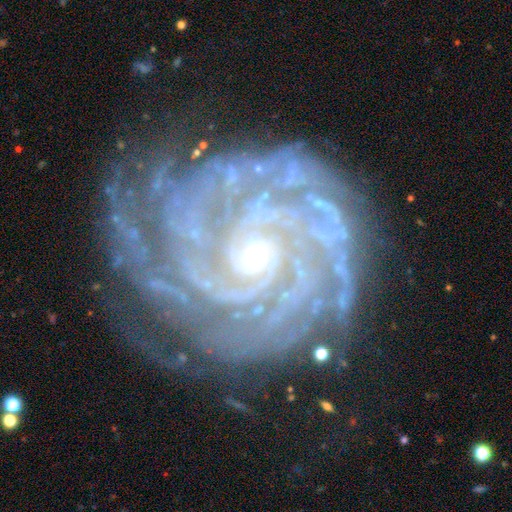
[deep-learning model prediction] Morphology: type=featured or disk (91%); edge-on=no (98%); bar=no (67%); spiral arms=yes (99%); winding=tight (84%); arm count=4 (22%); bulge=small (74%); merging=none (72%).